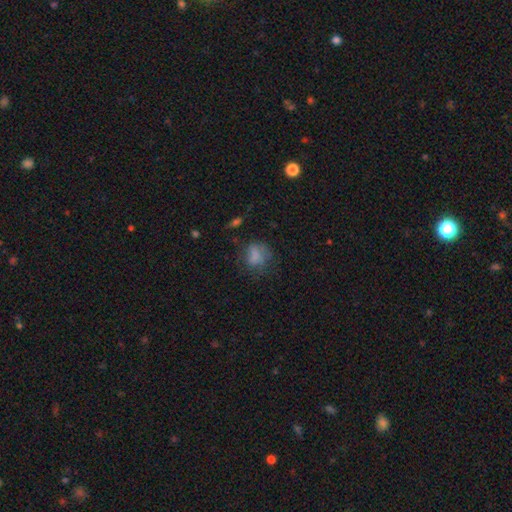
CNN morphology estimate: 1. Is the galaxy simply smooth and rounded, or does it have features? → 71% smooth, 16% featured or disk, 13% star or artifact.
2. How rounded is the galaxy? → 57% round, 41% in between, 1% cigar-shaped.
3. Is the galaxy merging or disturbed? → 50% none, 26% minor disturbance, 22% major disturbance, 3% merger.